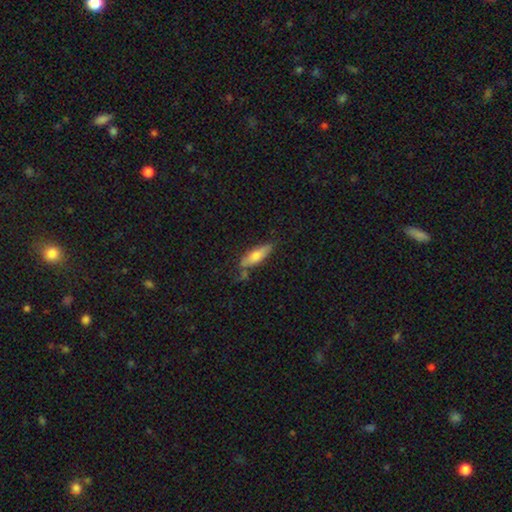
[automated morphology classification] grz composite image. It shows a smooth galaxy with no disk features (68%) that is cigar-shaped (53%). Merging: none (67%).